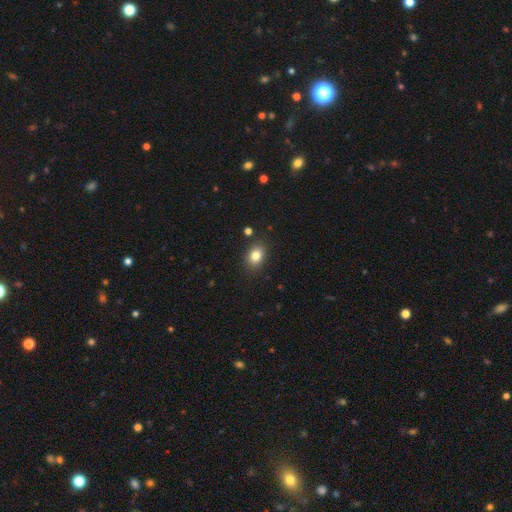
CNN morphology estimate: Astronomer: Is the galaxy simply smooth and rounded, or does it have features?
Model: smooth — 82%.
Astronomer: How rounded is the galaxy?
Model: in between — 66%.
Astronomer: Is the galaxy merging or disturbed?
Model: none — 86%.